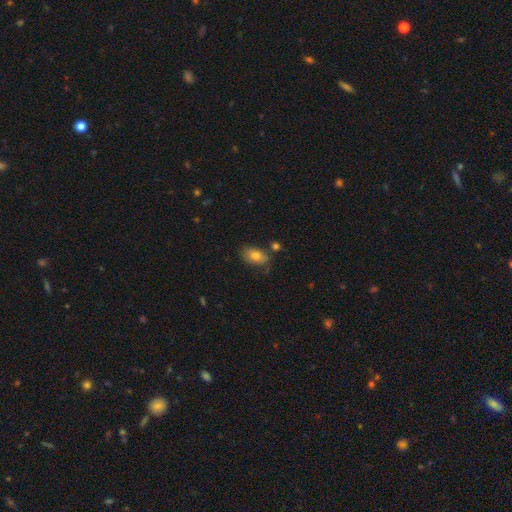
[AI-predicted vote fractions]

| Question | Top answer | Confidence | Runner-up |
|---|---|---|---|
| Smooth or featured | smooth | 77% | featured or disk (15%) |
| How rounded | in between | 90% | round (8%) |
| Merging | none | 66% | minor disturbance (21%) |